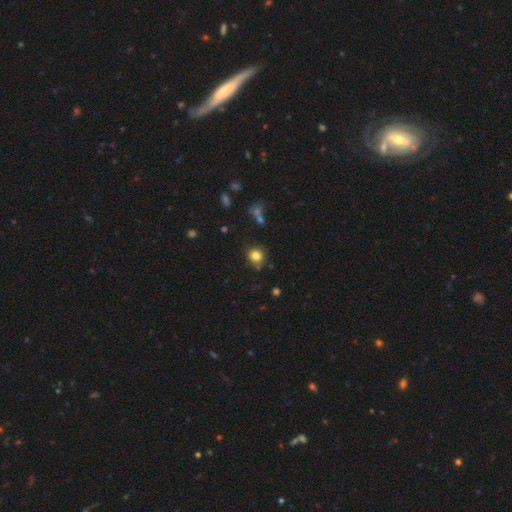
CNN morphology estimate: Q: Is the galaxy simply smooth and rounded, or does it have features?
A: smooth — 82%.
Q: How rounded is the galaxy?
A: round — 83%.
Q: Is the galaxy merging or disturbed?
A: none — 78%.